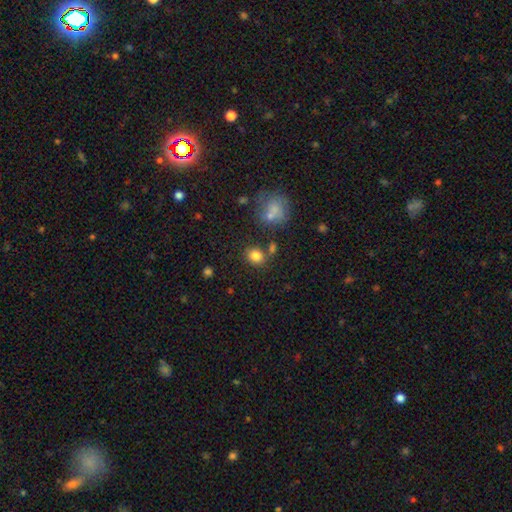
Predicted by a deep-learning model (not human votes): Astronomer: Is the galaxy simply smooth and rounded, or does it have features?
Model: smooth — 82%.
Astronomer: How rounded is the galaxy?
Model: round — 65%.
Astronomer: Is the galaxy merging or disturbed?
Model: none — 74%.